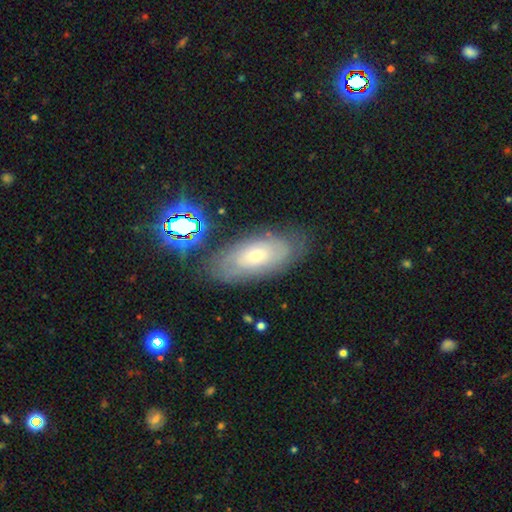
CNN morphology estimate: Smooth or featured?
  - featured or disk: 56% *
  - smooth: 32%
  - star or artifact: 12%
Edge-on disk?
  - no: 88% *
  - yes: 12%
Merging?
  - none: 75% *
  - minor disturbance: 16%
  - major disturbance: 6%
  - merger: 3%